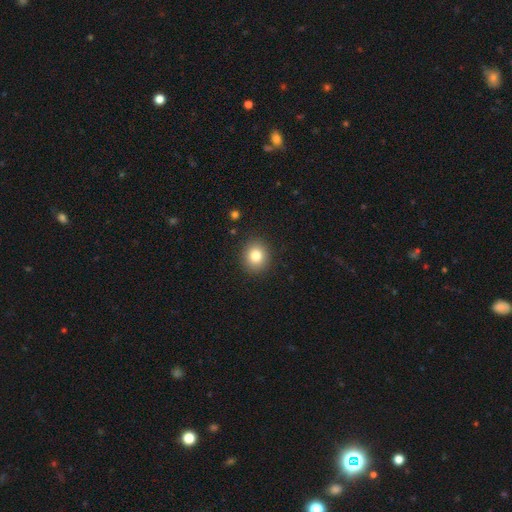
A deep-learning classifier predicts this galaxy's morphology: Smooth or featured: smooth — 81% (star or artifact — 11%)
How rounded: round — 82% (in between — 18%)
Merging: none — 90% (minor disturbance — 6%)